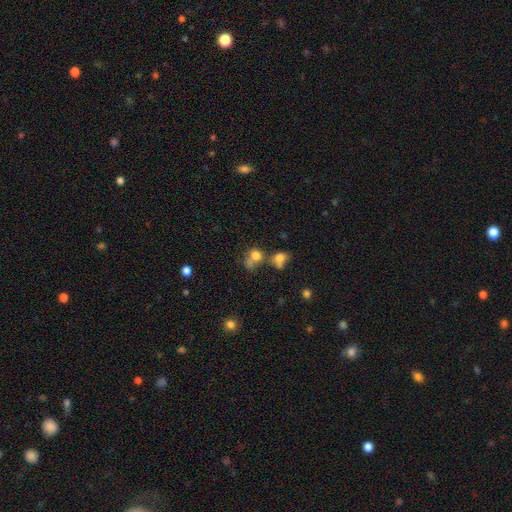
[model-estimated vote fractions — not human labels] Smooth or featured: smooth — 73% (star or artifact — 14%)
How rounded: round — 69% (in between — 29%)
Merging: merger — 45% (none — 35%)